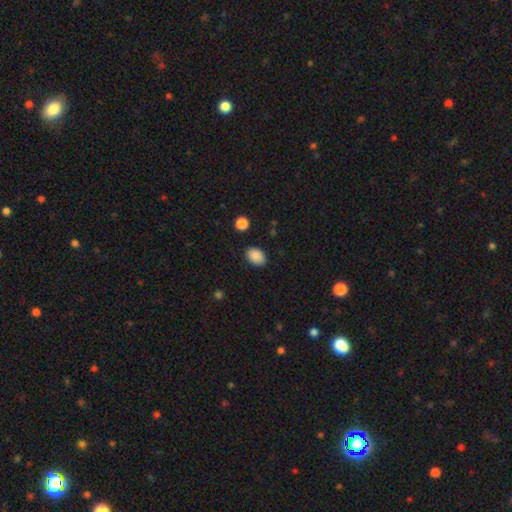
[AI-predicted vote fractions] smooth-or-featured: smooth: 89% | star or artifact: 8% | featured or disk: 3%
  how-rounded: in between: 83% | round: 15% | cigar-shaped: 1%
  merging: none: 86% | minor disturbance: 10% | major disturbance: 2% | merger: 1%